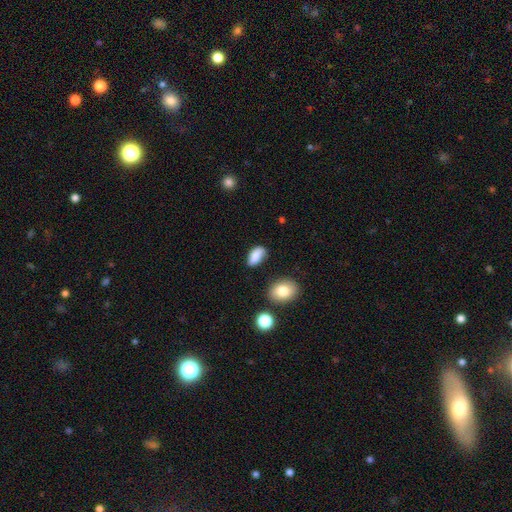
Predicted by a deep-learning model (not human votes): This is clearly a smooth galaxy (84%). How rounded: clearly in between (91%). Merging: likely none (69%).